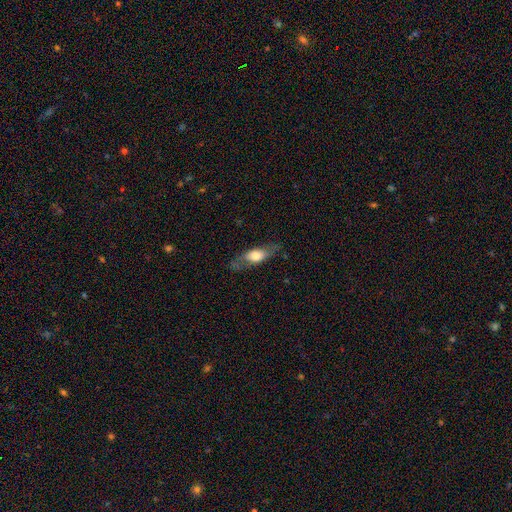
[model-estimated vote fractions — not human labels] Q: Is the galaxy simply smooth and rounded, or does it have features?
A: smooth — 54%.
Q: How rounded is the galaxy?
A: in between — 62%.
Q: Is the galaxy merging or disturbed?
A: none — 70%.